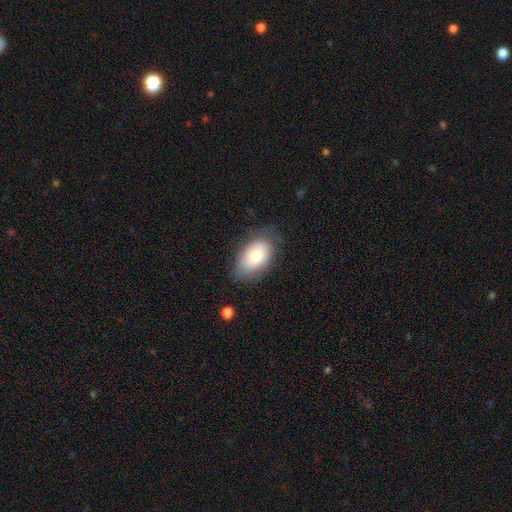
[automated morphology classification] Overall: smooth (75%). How rounded: in between (91%). Merging: none (70%).